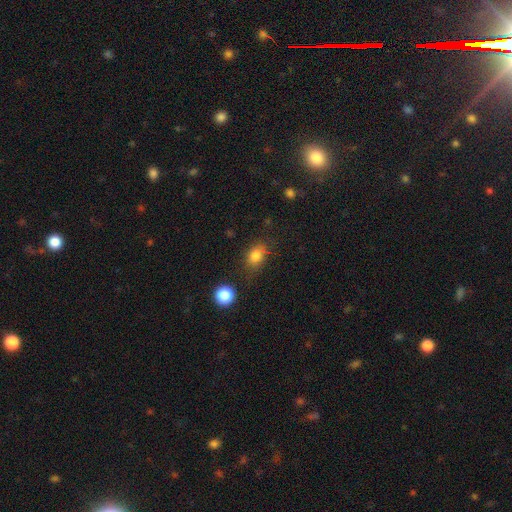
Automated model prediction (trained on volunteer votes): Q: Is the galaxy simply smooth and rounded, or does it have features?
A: smooth — 82%.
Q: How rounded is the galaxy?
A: in between — 65%.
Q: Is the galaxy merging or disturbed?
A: none — 70%.